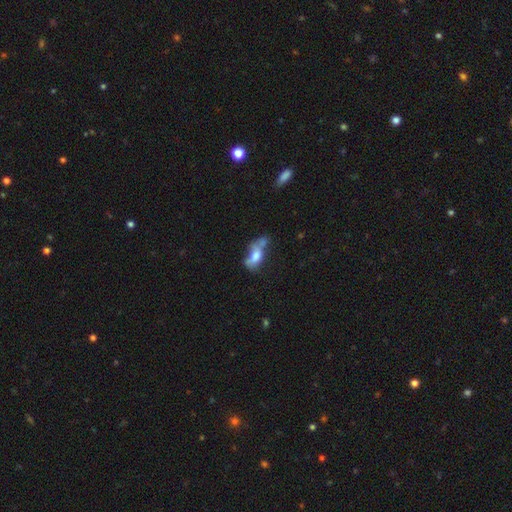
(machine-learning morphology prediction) Smooth or featured: smooth — 57% (featured or disk — 32%)
How rounded: in between — 80% (cigar-shaped — 11%)
Merging: merger — 35% (none — 24%)